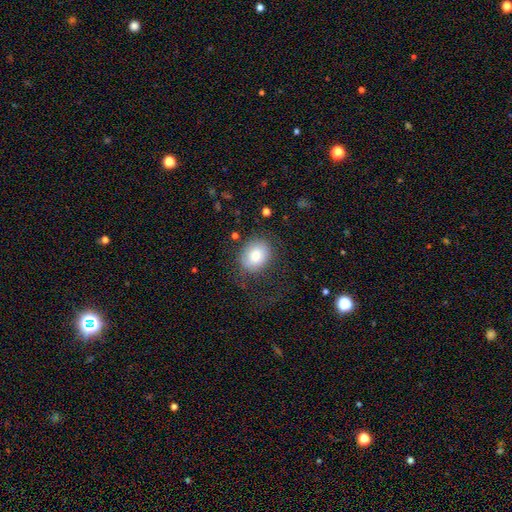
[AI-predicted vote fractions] The model was most divided on "how rounded": round: 54%, in between: 45%, cigar-shaped: 1%. More confident: smooth or featured — smooth (77%); merging — none (71%).